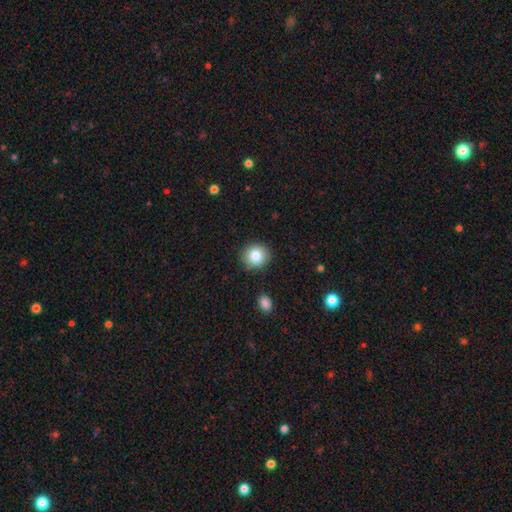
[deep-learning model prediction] Morphology: type=smooth (81%); roundness=round (88%); merging=none (89%).